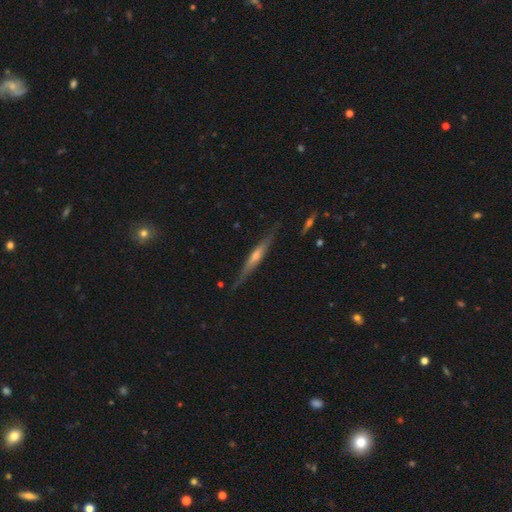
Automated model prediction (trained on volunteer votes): A featured or disk galaxy (71%) viewed edge-on (96%) with a rounded central bulge (66%).

Vote fractions:
- Smooth or featured? featured or disk: 71% / smooth: 22% / star or artifact: 7%
- Edge-on disk? yes: 96% / no: 4%
- Edge-on bulge? rounded: 66% / none: 24% / boxy: 9%
- Merging? none: 82% / minor disturbance: 13% / major disturbance: 3% / merger: 2%